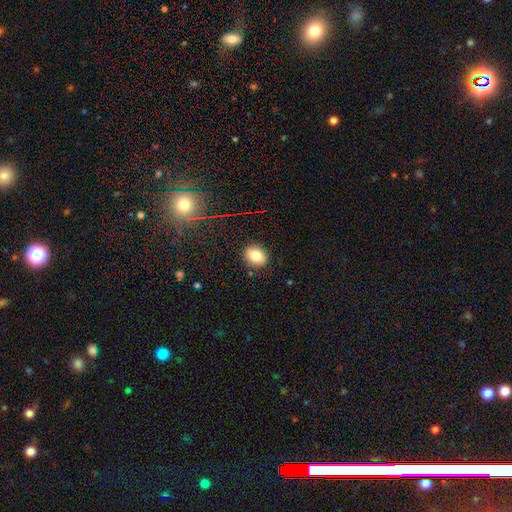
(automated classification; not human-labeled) Morphology: type=smooth (77%); roundness=round (54%); merging=none (89%).